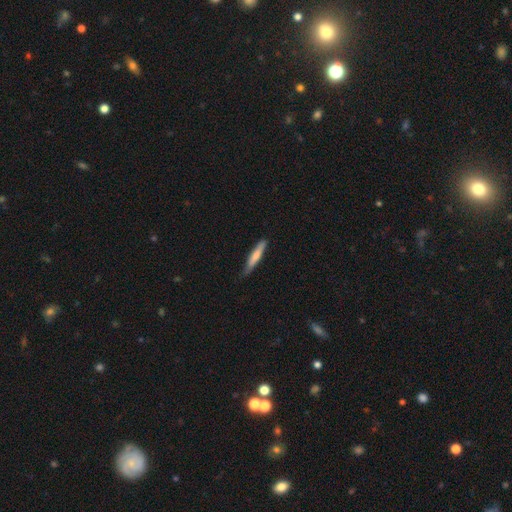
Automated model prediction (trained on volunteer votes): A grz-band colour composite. It shows a smooth galaxy with no disk features (70%) that is cigar-shaped (92%). Merging: none (75%).